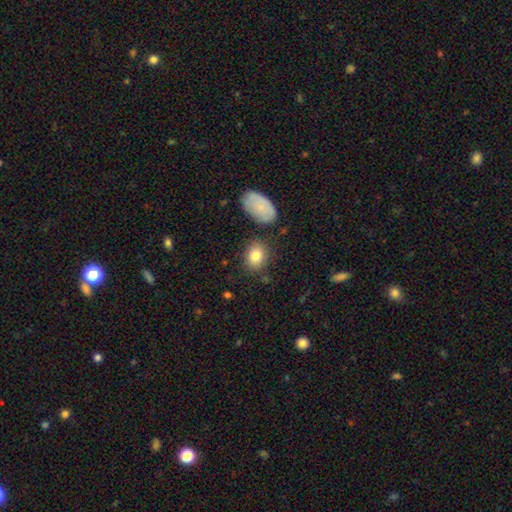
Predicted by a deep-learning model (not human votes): This is clearly a smooth galaxy (81%). How rounded: likely in between (61%). Merging: likely none (77%).